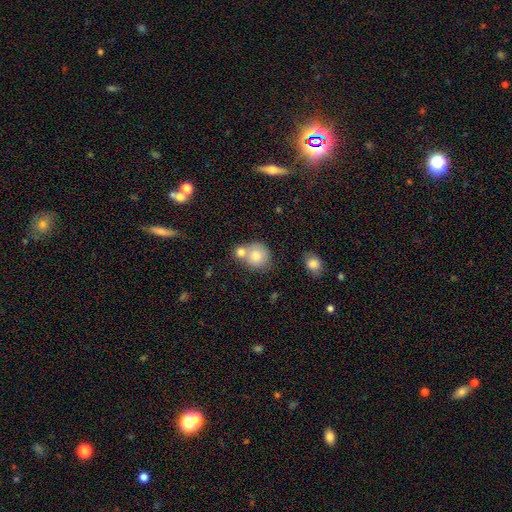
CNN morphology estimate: Smooth or featured? smooth (78%)
How rounded? round (81%)
Merging? merger (45%)